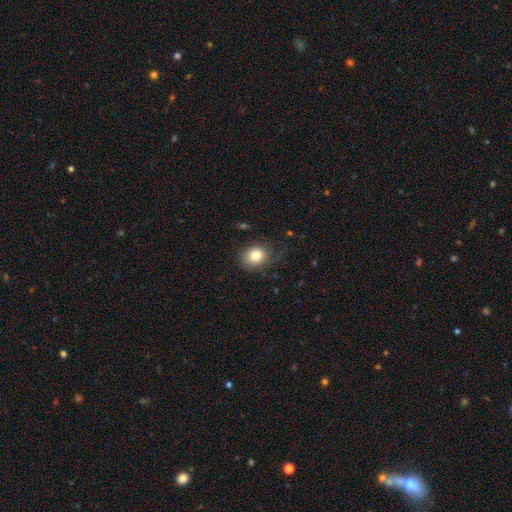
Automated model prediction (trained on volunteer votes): Q: Smooth or featured?
A: smooth (80%); runner-up: star or artifact (10%)
Q: How rounded?
A: round (62%); runner-up: in between (37%)
Q: Merging?
A: none (74%); runner-up: minor disturbance (18%)